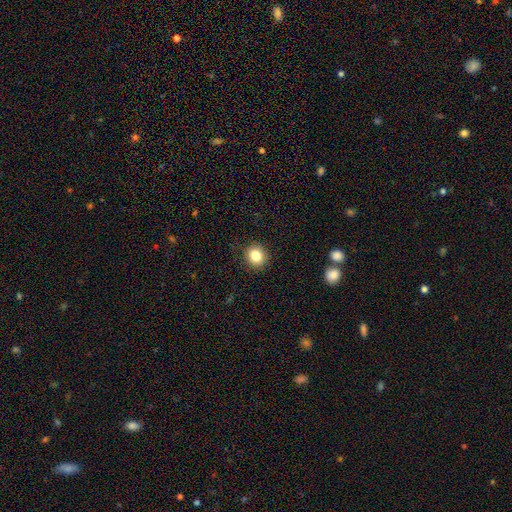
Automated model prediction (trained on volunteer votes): This is clearly a smooth galaxy (83%). How rounded: clearly round (84%). Merging: clearly none (90%).